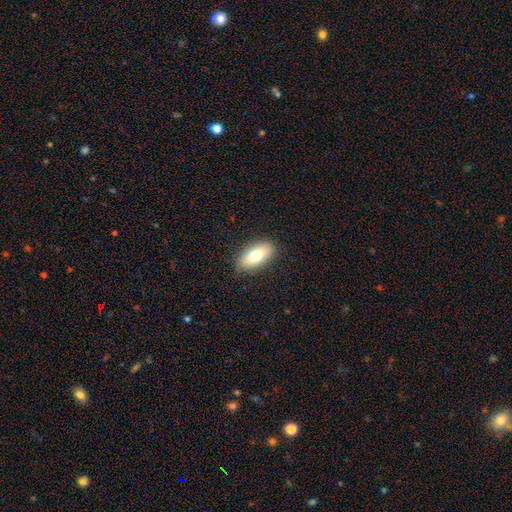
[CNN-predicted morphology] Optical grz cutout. It shows a smooth galaxy with no disk features (73%) that is in between round and cigar-shaped (90%). Merging: none (86%).